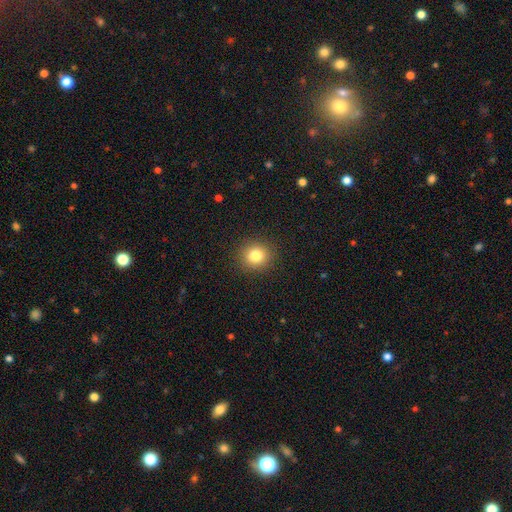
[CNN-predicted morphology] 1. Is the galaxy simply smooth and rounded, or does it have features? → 82% smooth, 12% star or artifact, 7% featured or disk.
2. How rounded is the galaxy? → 89% round, 10% in between, 1% cigar-shaped.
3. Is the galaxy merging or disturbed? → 91% none, 6% minor disturbance, 2% major disturbance, 1% merger.